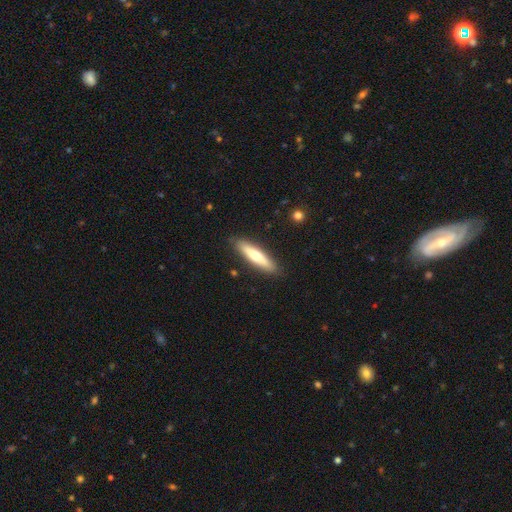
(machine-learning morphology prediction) smooth-or-featured: smooth: 59% | featured or disk: 36% | star or artifact: 5%
  how-rounded: cigar-shaped: 78% | in between: 21% | round: 2%
  merging: none: 89% | minor disturbance: 9% | major disturbance: 2% | merger: 1%